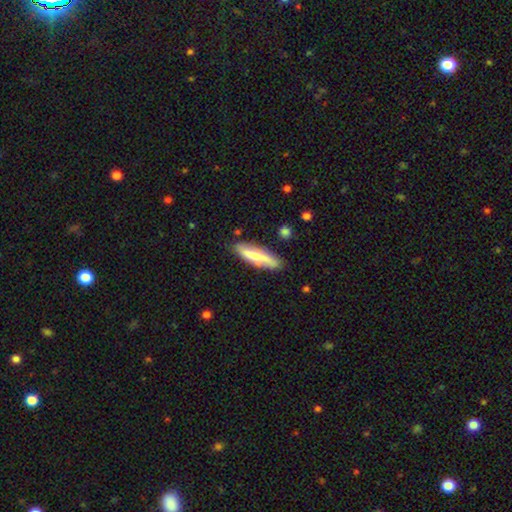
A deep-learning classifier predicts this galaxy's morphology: Smooth or featured? smooth (56%)
How rounded? cigar-shaped (70%)
Merging? none (73%)